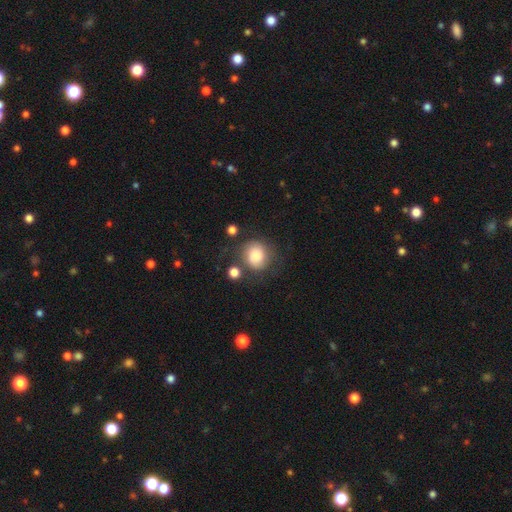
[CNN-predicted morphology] Smooth or featured?
  - smooth: 75% *
  - featured or disk: 16%
  - star or artifact: 9%
How rounded?
  - round: 79% *
  - in between: 20%
  - cigar-shaped: 1%
Merging?
  - none: 63% *
  - minor disturbance: 19%
  - major disturbance: 10%
  - merger: 7%